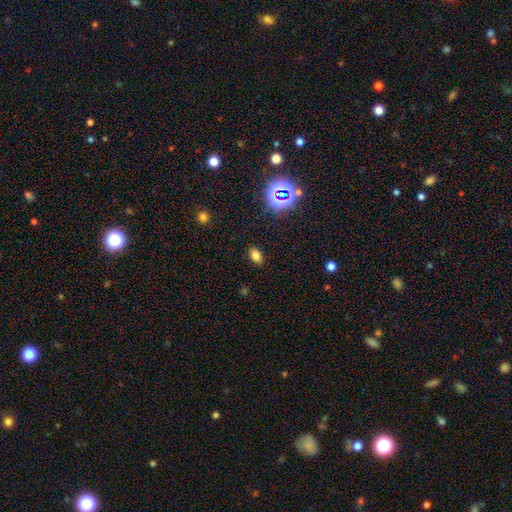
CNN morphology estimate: A smooth galaxy with no disk features (76%) that is in between round and cigar-shaped (87%). Merging: none (87%).